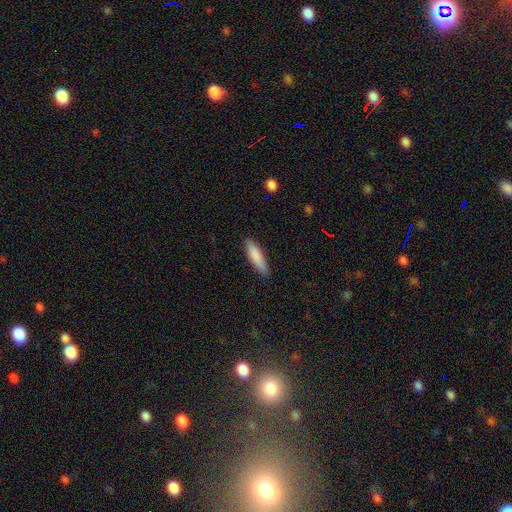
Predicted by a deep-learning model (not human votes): Smooth or featured?
  - smooth: 84% *
  - featured or disk: 10%
  - star or artifact: 6%
How rounded?
  - cigar-shaped: 73% *
  - in between: 25%
  - round: 1%
Merging?
  - none: 87% *
  - minor disturbance: 10%
  - major disturbance: 2%
  - merger: 1%